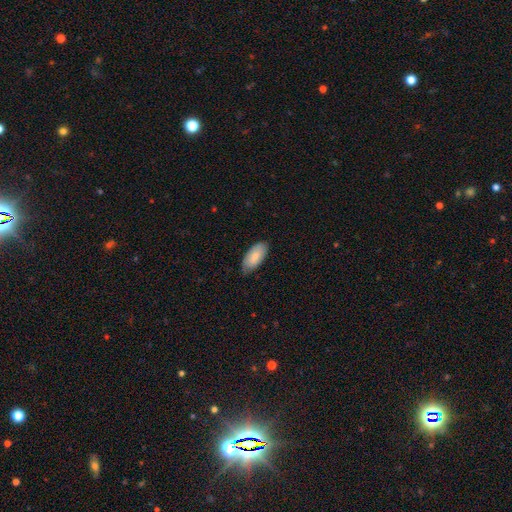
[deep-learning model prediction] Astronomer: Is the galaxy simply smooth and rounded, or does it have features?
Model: smooth — 82%.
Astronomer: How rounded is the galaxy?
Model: in between — 91%.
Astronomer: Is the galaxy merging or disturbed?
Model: none — 78%.